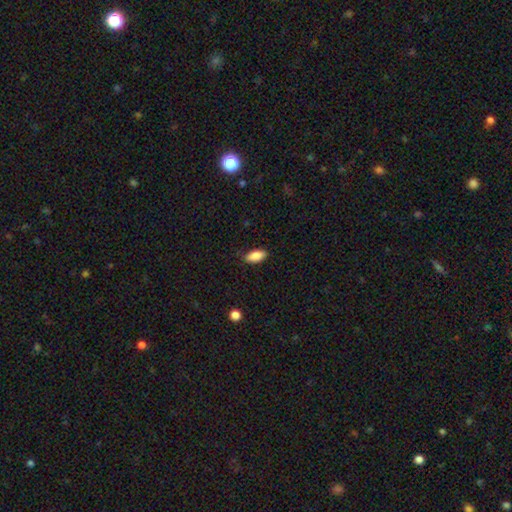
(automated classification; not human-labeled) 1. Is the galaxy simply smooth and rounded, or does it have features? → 87% smooth, 7% star or artifact, 6% featured or disk.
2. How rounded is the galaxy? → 89% in between, 9% cigar-shaped, 3% round.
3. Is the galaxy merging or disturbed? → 85% none, 11% minor disturbance, 2% major disturbance, 1% merger.